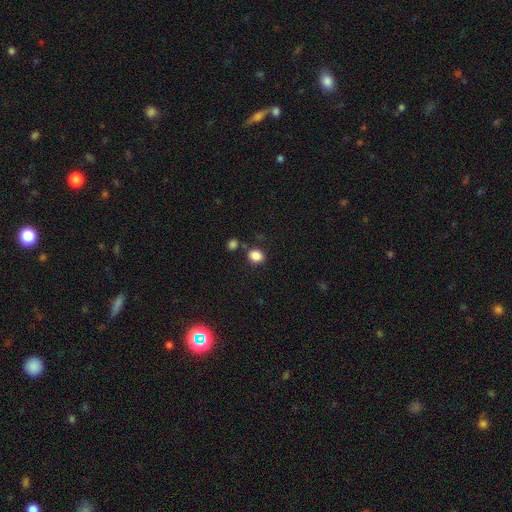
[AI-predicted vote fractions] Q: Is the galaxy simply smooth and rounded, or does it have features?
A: smooth — 85%.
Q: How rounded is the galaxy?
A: round — 64%.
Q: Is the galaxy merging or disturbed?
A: none — 73%.